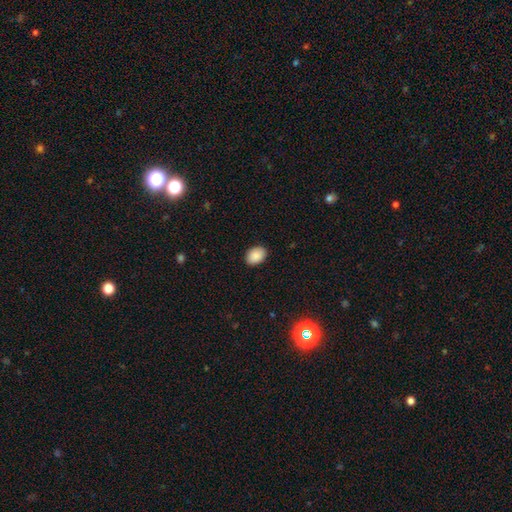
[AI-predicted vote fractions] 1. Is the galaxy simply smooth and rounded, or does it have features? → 90% smooth, 7% star or artifact, 3% featured or disk.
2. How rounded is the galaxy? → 77% in between, 22% round, 1% cigar-shaped.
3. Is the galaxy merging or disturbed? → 90% none, 8% minor disturbance, 2% major disturbance, 1% merger.